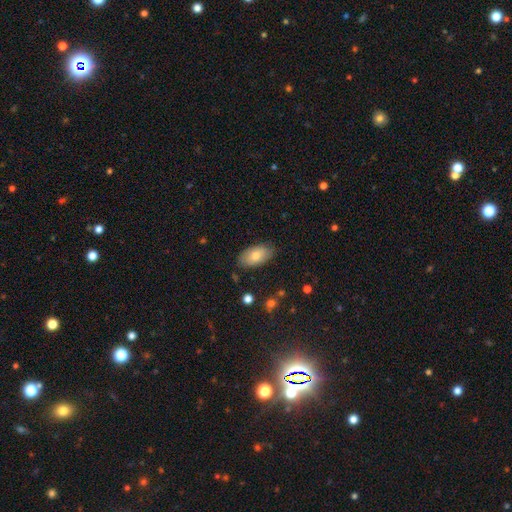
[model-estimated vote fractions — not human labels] Smooth or featured?
  - smooth: 73% *
  - featured or disk: 20%
  - star or artifact: 7%
How rounded?
  - in between: 94% *
  - round: 4%
  - cigar-shaped: 2%
Merging?
  - none: 83% *
  - minor disturbance: 13%
  - major disturbance: 3%
  - merger: 1%